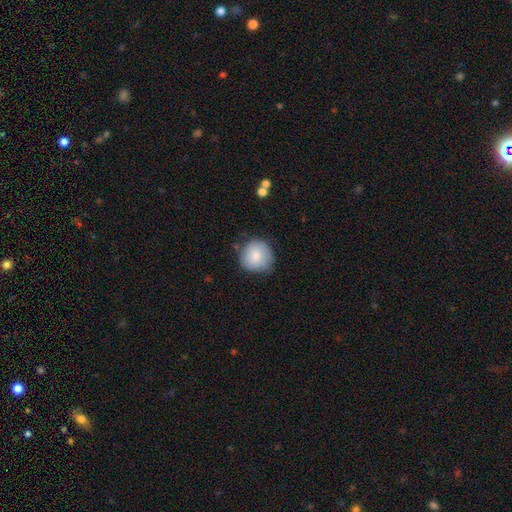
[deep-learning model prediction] A smooth galaxy with no disk features (78%) that is round (92%).

Vote fractions:
- Smooth or featured? smooth: 78% / featured or disk: 15% / star or artifact: 7%
- How rounded? round: 92% / in between: 7% / cigar-shaped: 1%
- Merging? none: 73% / minor disturbance: 21% / major disturbance: 4% / merger: 2%